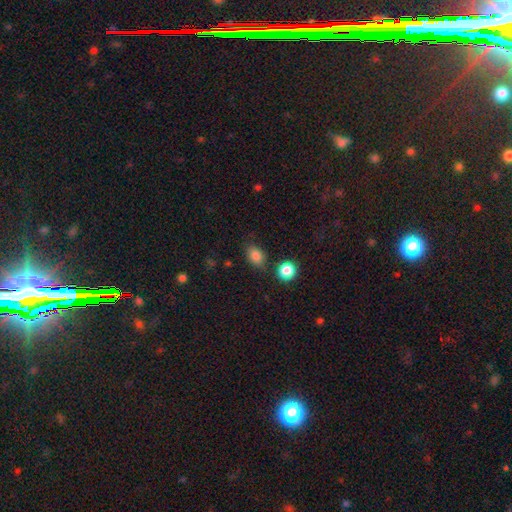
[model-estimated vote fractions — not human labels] Smooth or featured? smooth (83%)
How rounded? in between (72%)
Merging? none (77%)